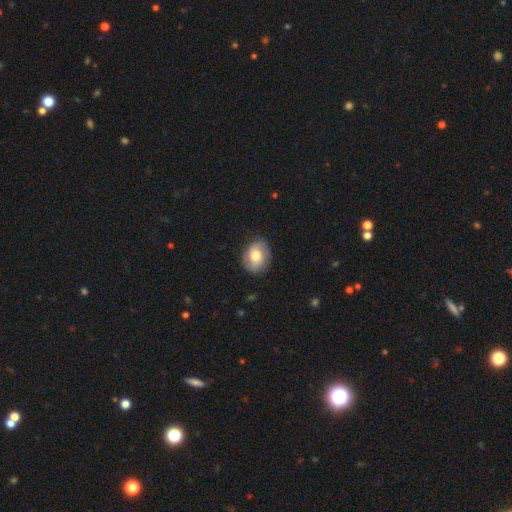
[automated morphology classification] Smooth or featured? smooth (62%)
How rounded? round (53%)
Merging? none (80%)